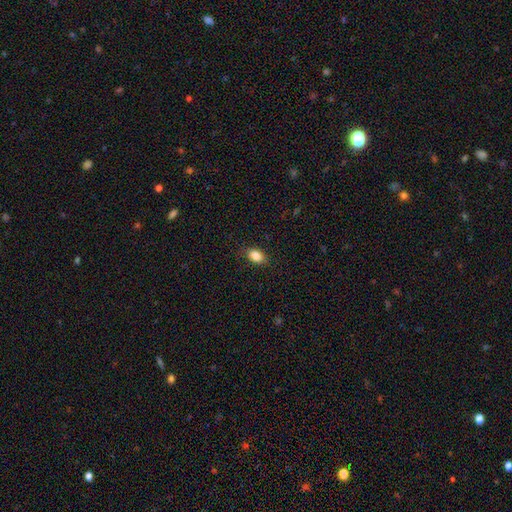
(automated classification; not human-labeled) Q: Smooth or featured?
A: smooth (87%); runner-up: star or artifact (9%)
Q: How rounded?
A: in between (84%); runner-up: round (14%)
Q: Merging?
A: none (84%); runner-up: minor disturbance (12%)